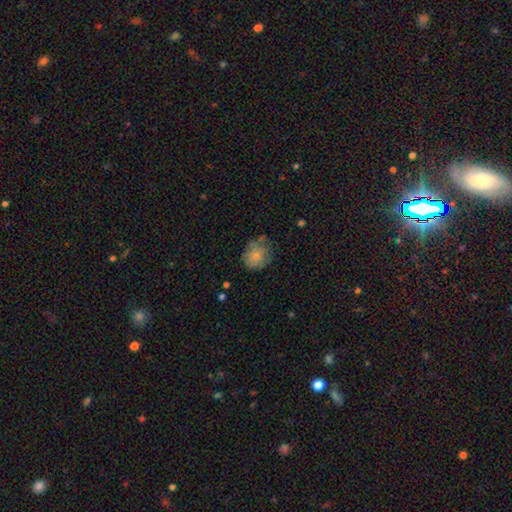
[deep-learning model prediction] Smooth or featured: smooth — 76% (featured or disk — 16%)
How rounded: round — 73% (in between — 26%)
Merging: none — 58% (minor disturbance — 27%)